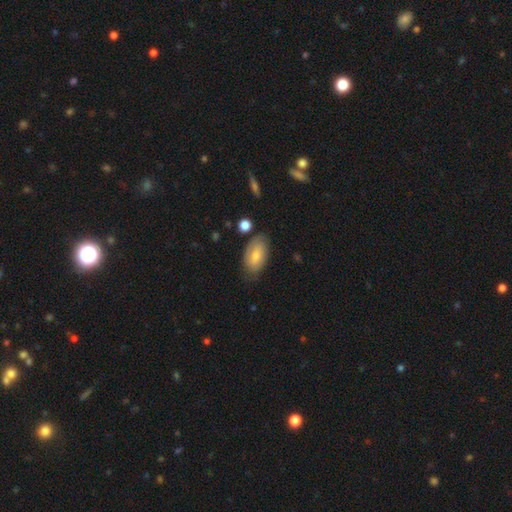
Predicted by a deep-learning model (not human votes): This is likely a smooth galaxy (70%). How rounded: clearly in between (93%). Merging: likely none (69%).